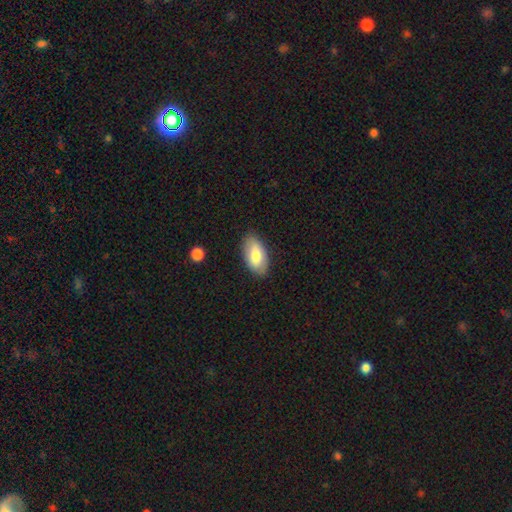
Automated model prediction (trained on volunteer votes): smooth-or-featured: smooth: 76% | featured or disk: 17% | star or artifact: 6%
  how-rounded: in between: 94% | cigar-shaped: 3% | round: 3%
  merging: none: 84% | minor disturbance: 12% | major disturbance: 3% | merger: 1%